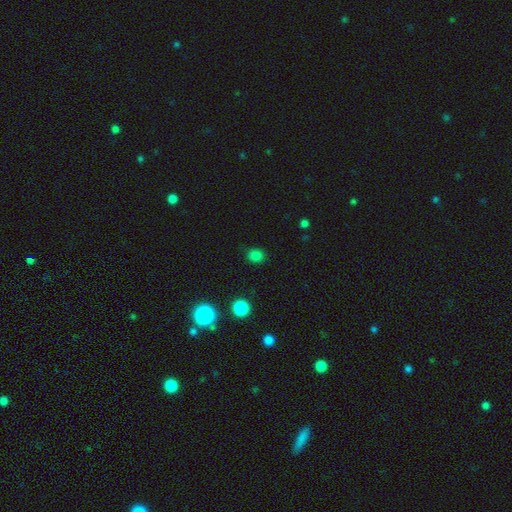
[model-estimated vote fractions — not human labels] A smooth galaxy with no disk features (80%) that is round (79%).

Vote fractions:
- Smooth or featured? smooth: 80% / star or artifact: 17% / featured or disk: 3%
- How rounded? round: 79% / in between: 20% / cigar-shaped: 1%
- Merging? none: 87% / minor disturbance: 9% / major disturbance: 3% / merger: 2%